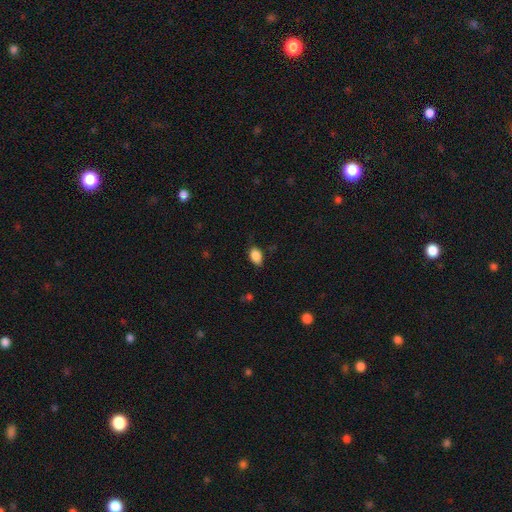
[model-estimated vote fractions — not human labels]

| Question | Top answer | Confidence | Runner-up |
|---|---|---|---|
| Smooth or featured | smooth | 87% | star or artifact (8%) |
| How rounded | in between | 88% | round (11%) |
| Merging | none | 76% | minor disturbance (20%) |